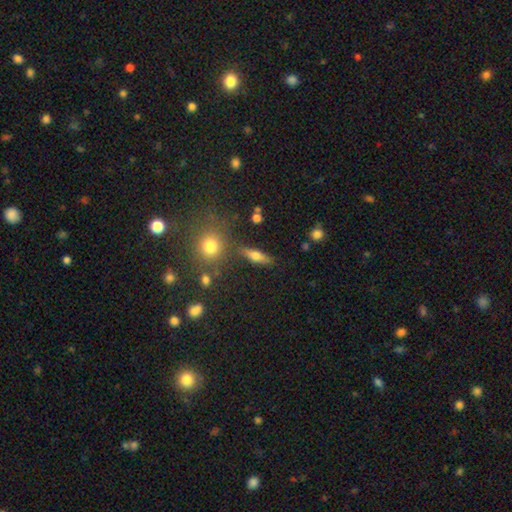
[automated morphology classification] smooth-or-featured: smooth: 57% | featured or disk: 33% | star or artifact: 10%
  how-rounded: cigar-shaped: 46% (tied) | in between: 46% (tied) | round: 8%
  merging: none: 80% | minor disturbance: 11% | merger: 6% | major disturbance: 4%